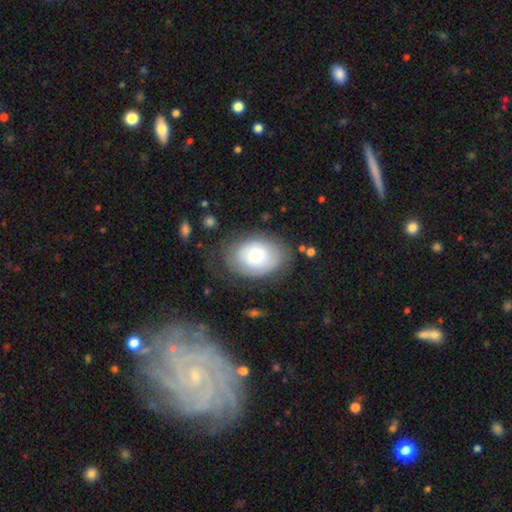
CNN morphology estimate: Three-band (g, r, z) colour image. It shows a smooth galaxy with no disk features (62%) that is in between round and cigar-shaped (73%). Merging: none (67%).